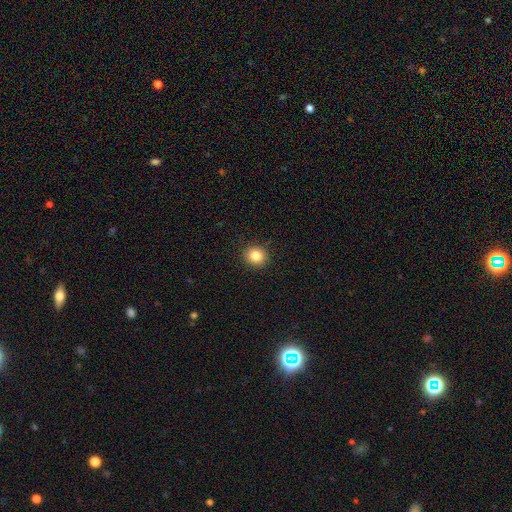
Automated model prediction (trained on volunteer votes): A smooth galaxy with no disk features (85%) that is round (86%).

Vote fractions:
- Smooth or featured? smooth: 85% / star or artifact: 10% / featured or disk: 5%
- How rounded? round: 86% / in between: 13% / cigar-shaped: 1%
- Merging? none: 91% / minor disturbance: 6% / major disturbance: 2% / merger: 1%